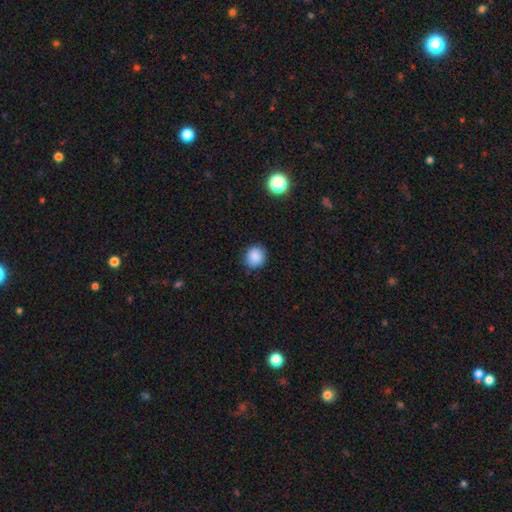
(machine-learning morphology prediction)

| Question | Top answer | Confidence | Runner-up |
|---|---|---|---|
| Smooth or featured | smooth | 87% | star or artifact (10%) |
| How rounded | round | 83% | in between (16%) |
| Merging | none | 86% | minor disturbance (11%) |